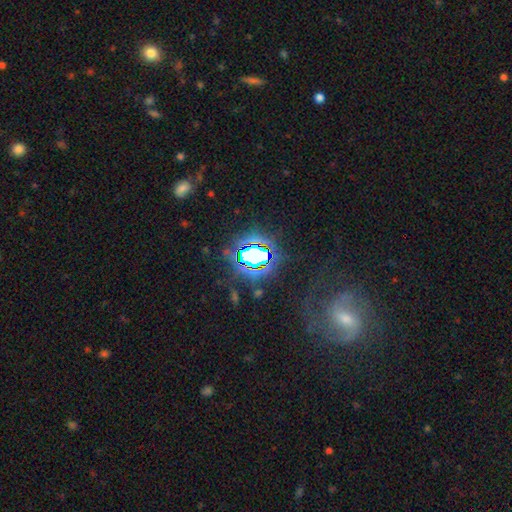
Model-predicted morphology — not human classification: This is likely a star or artifact rather than a galaxy (73%).